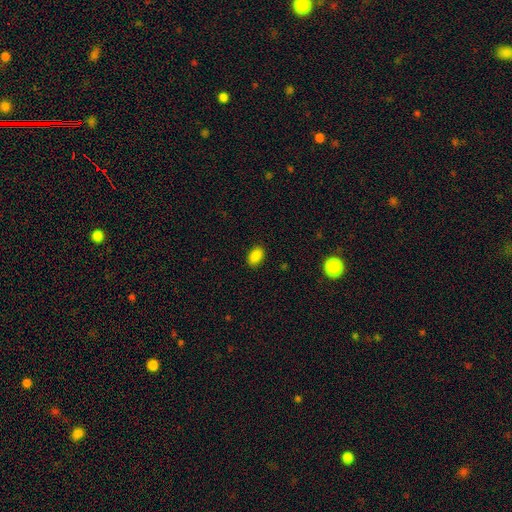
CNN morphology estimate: A smooth galaxy with no disk features (87%) that is in between round and cigar-shaped (88%).

Vote fractions:
- Smooth or featured? smooth: 87% / star or artifact: 10% / featured or disk: 3%
- How rounded? in between: 88% / round: 10% / cigar-shaped: 1%
- Merging? none: 88% / minor disturbance: 8% / major disturbance: 2% / merger: 1%